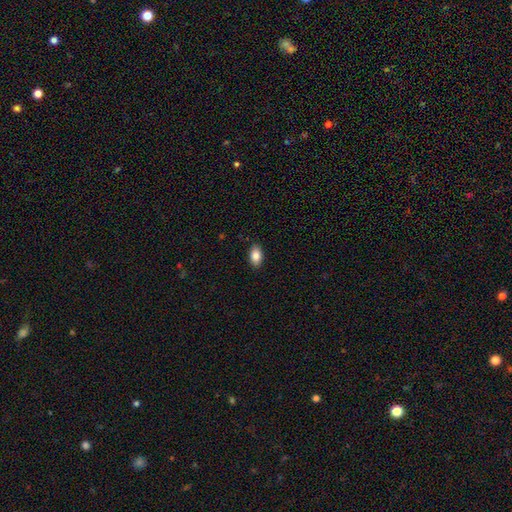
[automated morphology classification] Smooth or featured? Predicted: smooth (p=0.85). How rounded? Predicted: in between (p=0.92). Merging? Predicted: none (p=0.89).